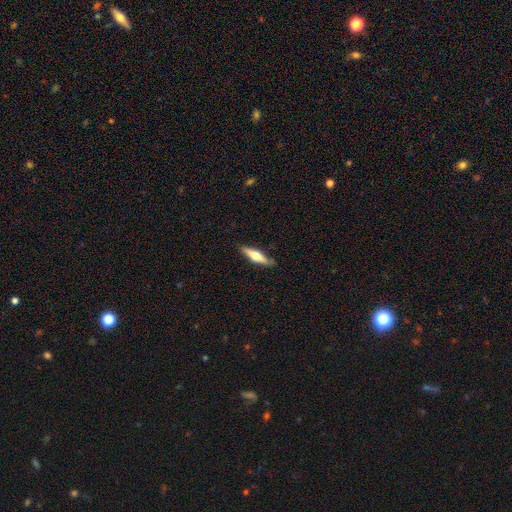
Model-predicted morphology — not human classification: smooth_or_featured: featured or disk (p=0.53) [alt: smooth p=0.41]
disk_edge_on: yes (p=0.94) [alt: no p=0.06]
edge_on_bulge: rounded (p=0.92) [alt: boxy p=0.05]
merging: none (p=0.85) [alt: minor disturbance p=0.11]